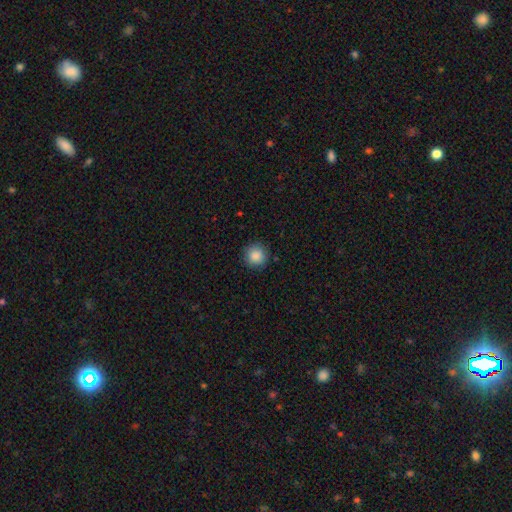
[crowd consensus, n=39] Smooth or featured: smooth — 95% (featured or disk — 5%)
How rounded: round — 100%
Merging: none — 85% (minor disturbance — 10%)